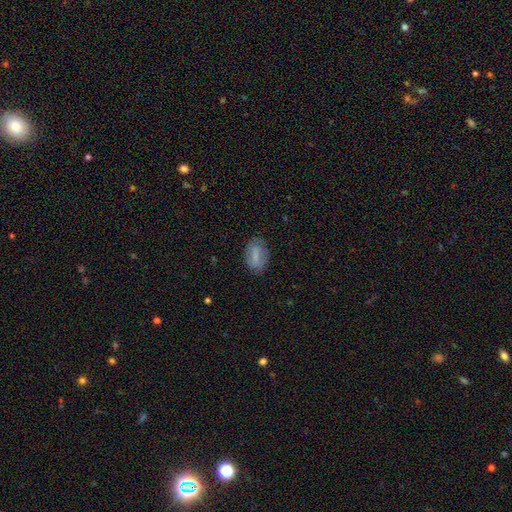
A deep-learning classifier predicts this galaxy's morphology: smooth_or_featured: smooth (p=0.68) [alt: featured or disk p=0.24]
how_rounded: in between (p=0.86) [alt: round p=0.10]
merging: none (p=0.76) [alt: minor disturbance p=0.18]